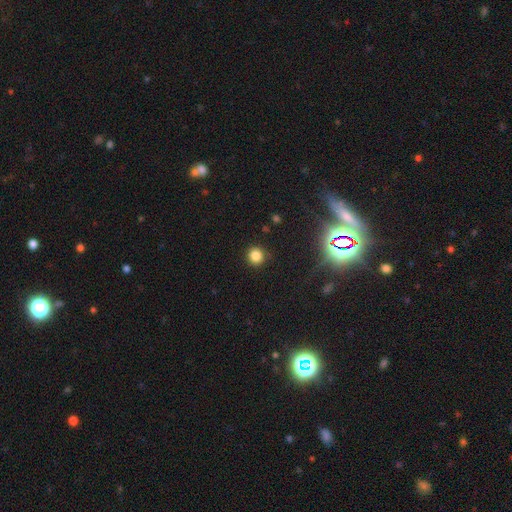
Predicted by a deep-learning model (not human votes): A smooth galaxy with no disk features (82%) that is round (93%).

Vote fractions:
- Smooth or featured? smooth: 82% / star or artifact: 14% / featured or disk: 4%
- How rounded? round: 93% / in between: 6% / cigar-shaped: 1%
- Merging? none: 89% / minor disturbance: 7% / major disturbance: 2% / merger: 1%